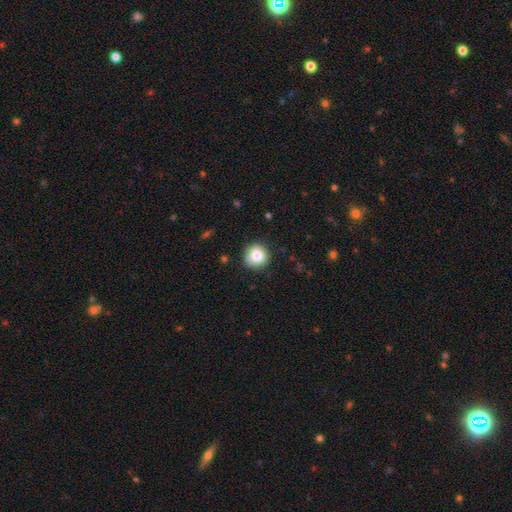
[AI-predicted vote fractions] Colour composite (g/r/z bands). It shows a smooth galaxy with no disk features (81%) that is round (94%). Merging: none (87%).